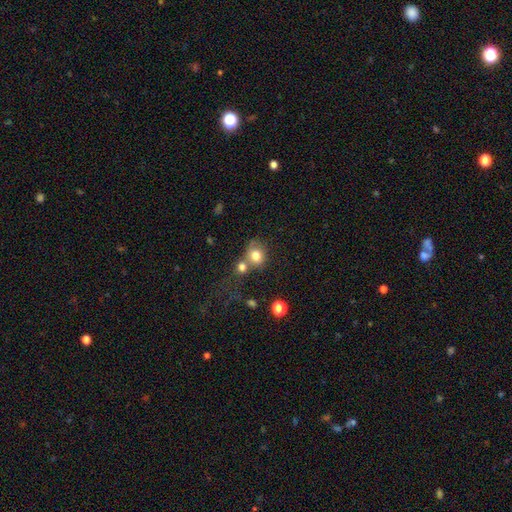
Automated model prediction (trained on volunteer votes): Smooth or featured? Predicted: smooth (p=0.78). How rounded? Predicted: round (p=0.70). Merging? Predicted: none (p=0.41).